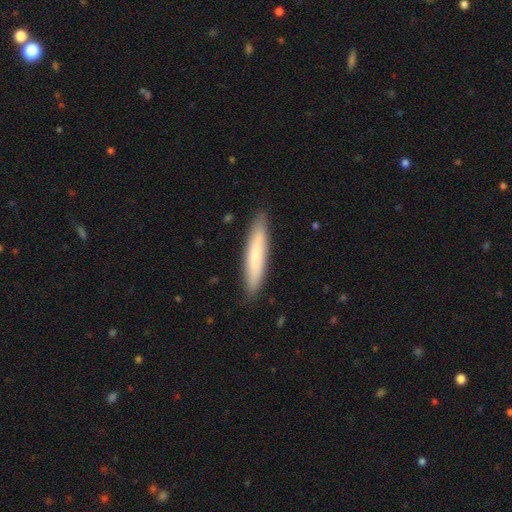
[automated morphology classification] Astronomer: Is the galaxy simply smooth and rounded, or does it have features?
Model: smooth — 76%.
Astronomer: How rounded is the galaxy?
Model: cigar-shaped — 89%.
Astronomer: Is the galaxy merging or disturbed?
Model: none — 89%.